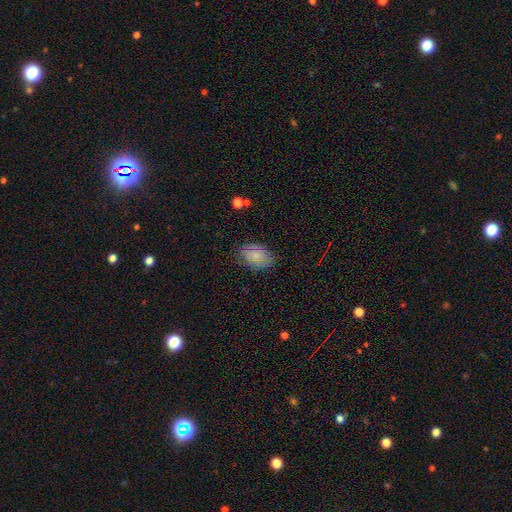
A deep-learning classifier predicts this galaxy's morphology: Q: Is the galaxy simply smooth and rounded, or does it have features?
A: smooth — 67%.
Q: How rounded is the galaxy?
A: in between — 88%.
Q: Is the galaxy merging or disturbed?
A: none — 79%.